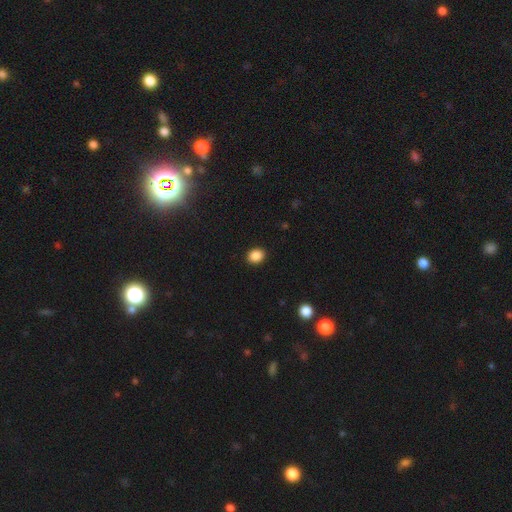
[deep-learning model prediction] smooth 88%, star or artifact 9%, featured or disk 3%. Down the decision tree: how rounded — round (58%); merging — none (91%).